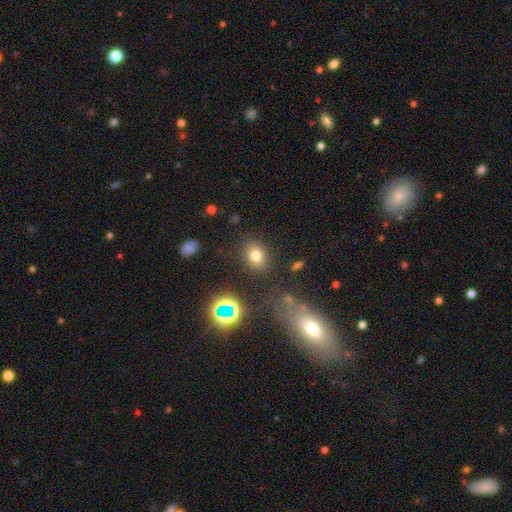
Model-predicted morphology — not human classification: smooth 72%, star or artifact 17%, featured or disk 10%. Down the decision tree: how rounded — in between (52%); merging — none (84%).